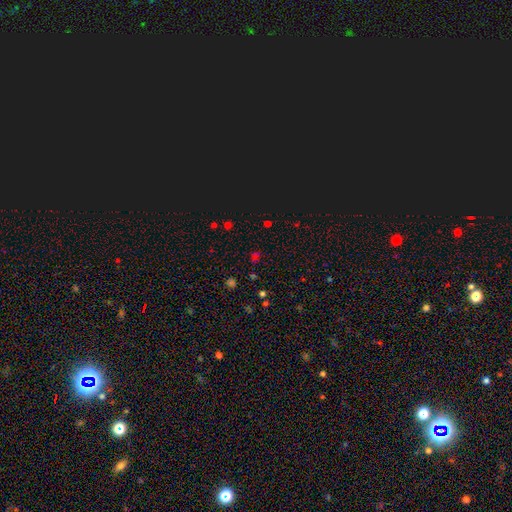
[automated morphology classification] A star or artifact, not a galaxy (60%).

Vote fractions:
- Smooth or featured? star or artifact: 60% / smooth: 32% / featured or disk: 8%